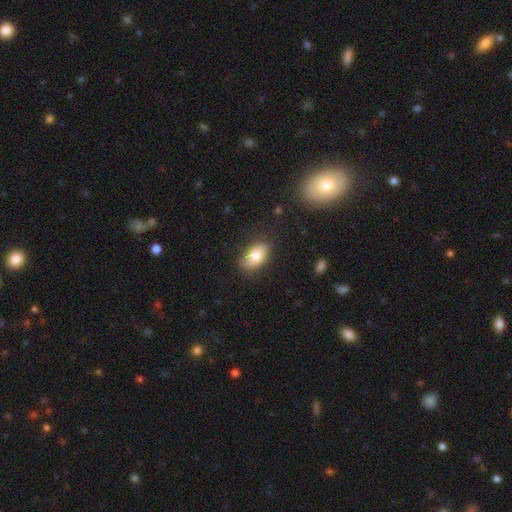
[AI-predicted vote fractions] The model was most divided on "merging": none: 73%, minor disturbance: 20%, major disturbance: 5%, merger: 2%. More confident: how rounded — in between (91%); smooth or featured — smooth (77%).